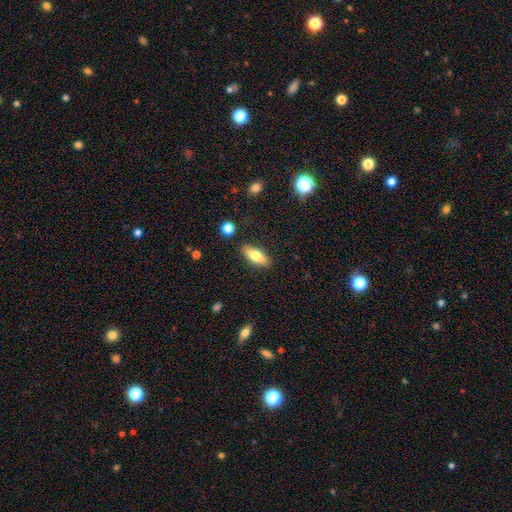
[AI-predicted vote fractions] This appears to be a smooth galaxy with no disk features (70%) that is in between round and cigar-shaped (67%). Merging: none (87%).